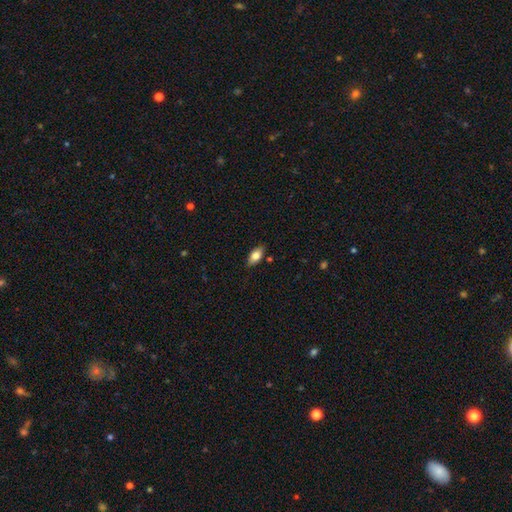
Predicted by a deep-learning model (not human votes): The model was most divided on "smooth or featured": smooth: 77%, featured or disk: 16%, star or artifact: 7%. More confident: how rounded — in between (89%); merging — none (84%).